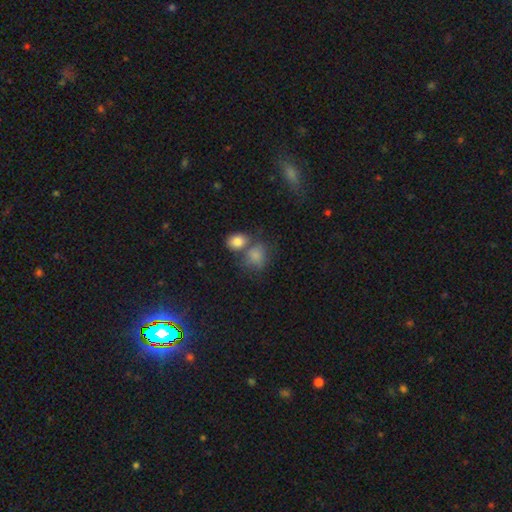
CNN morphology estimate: smooth_or_featured: smooth (p=0.80) [alt: featured or disk p=0.10]
how_rounded: round (p=0.51) [alt: in between p=0.47]
merging: merger (p=0.39) [alt: none p=0.36]